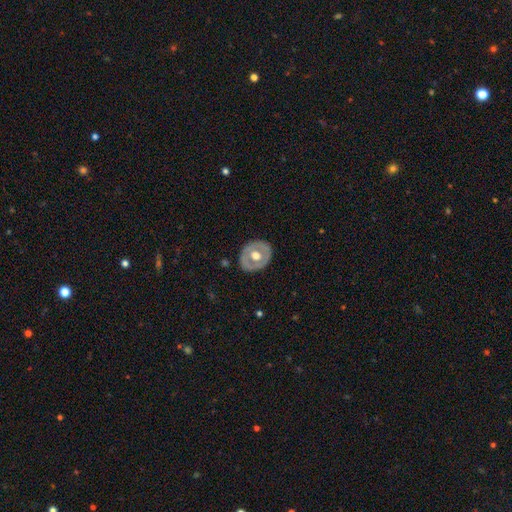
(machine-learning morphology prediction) Q: Smooth or featured?
A: featured or disk (52%); runner-up: smooth (43%)
Q: Edge-on disk?
A: no (92%); runner-up: yes (8%)
Q: Merging?
A: none (84%); runner-up: minor disturbance (11%)